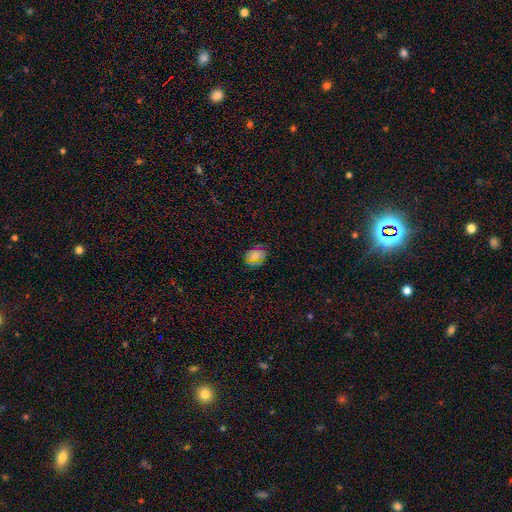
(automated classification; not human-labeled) smooth_or_featured: smooth (p=0.63) [alt: star or artifact p=0.27]
how_rounded: in between (p=0.58) [alt: round p=0.39]
merging: none (p=0.84) [alt: minor disturbance p=0.11]